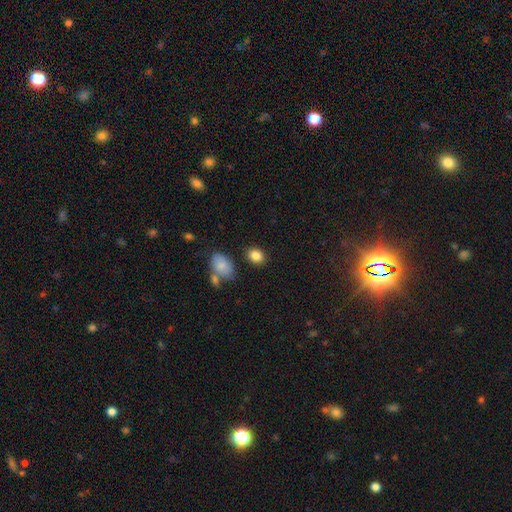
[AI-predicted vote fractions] smooth 85%, star or artifact 9%, featured or disk 6%. Down the decision tree: how rounded — in between (62%); merging — none (82%).